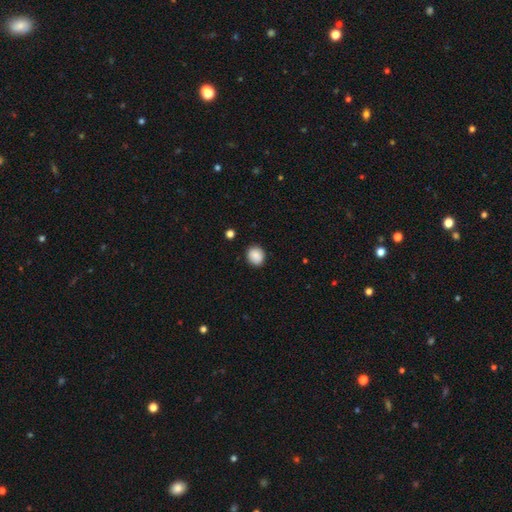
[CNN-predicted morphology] Smooth or featured? Predicted: smooth (p=0.88). How rounded? Predicted: round (p=0.78). Merging? Predicted: none (p=0.88).